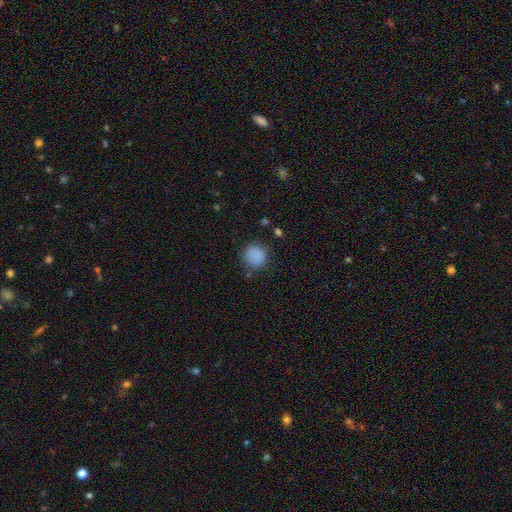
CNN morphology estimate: Smooth or featured?
  - smooth: 86% *
  - star or artifact: 10%
  - featured or disk: 4%
How rounded?
  - round: 89% *
  - in between: 10%
  - cigar-shaped: 1%
Merging?
  - none: 81% *
  - minor disturbance: 13%
  - major disturbance: 4%
  - merger: 2%